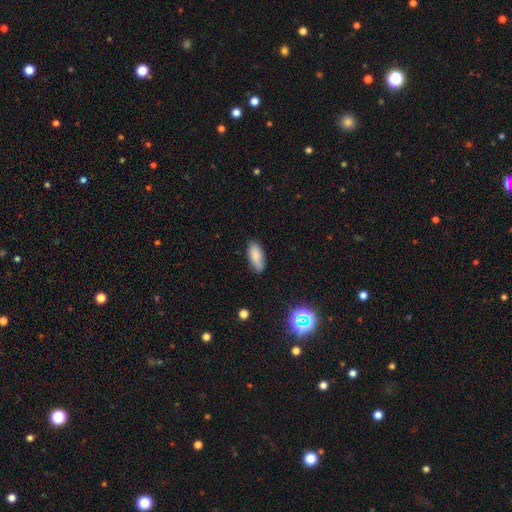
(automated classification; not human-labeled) Smooth or featured?
  - smooth: 82% *
  - featured or disk: 10%
  - star or artifact: 8%
How rounded?
  - in between: 80% *
  - cigar-shaped: 18%
  - round: 2%
Merging?
  - none: 81% *
  - minor disturbance: 15%
  - major disturbance: 3%
  - merger: 1%